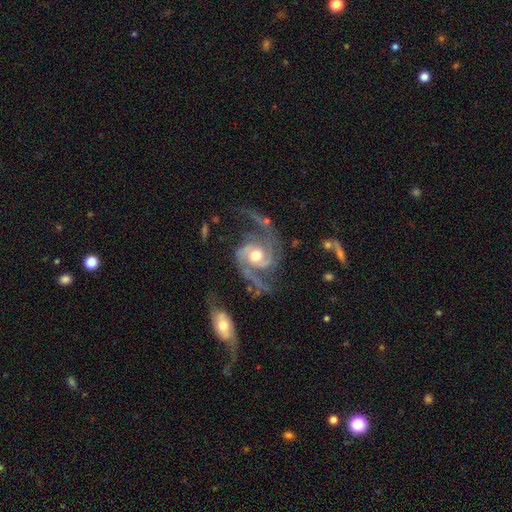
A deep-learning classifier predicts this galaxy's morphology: type=featured or disk (92%); edge-on=no (98%); bar=no (62%); spiral arms=yes (98%); winding=medium (55%); arm count=2 (76%); bulge=moderate (68%); merging=none (51%).